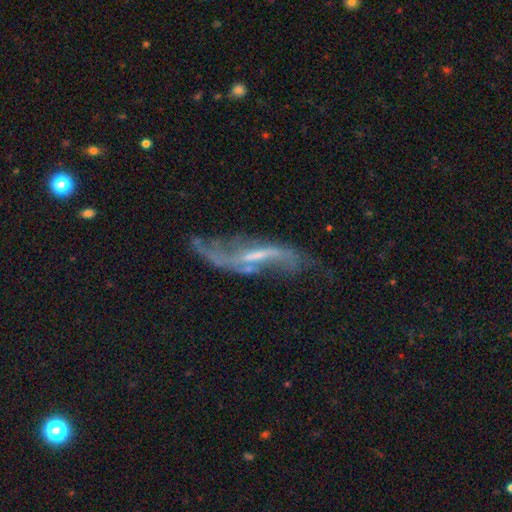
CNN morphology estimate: A featured or disk galaxy (80%) with a strong bar (43%), 2 (82%) loose (86%) spiral arms (80%) and a small central bulge (38%).

Vote fractions:
- Smooth or featured? featured or disk: 80% / smooth: 12% / star or artifact: 8%
- Edge-on disk? no: 80% / yes: 20%
- Bar? strong: 43% / weak: 36% / no: 20%
- Spiral arms? yes: 80% / no: 20%
- Spiral winding? loose: 86% / medium: 10% / tight: 4%
- Spiral arm count? 2: 82% / can't tell: 8% / 1: 6% / 3: 2% / 4: 1% / more than 4: 1%
- Bulge size? small: 38% / none: 33% / moderate: 25% / large: 3% / dominant: 1%
- Merging? none: 39% / major disturbance: 30% / minor disturbance: 22% / merger: 10%